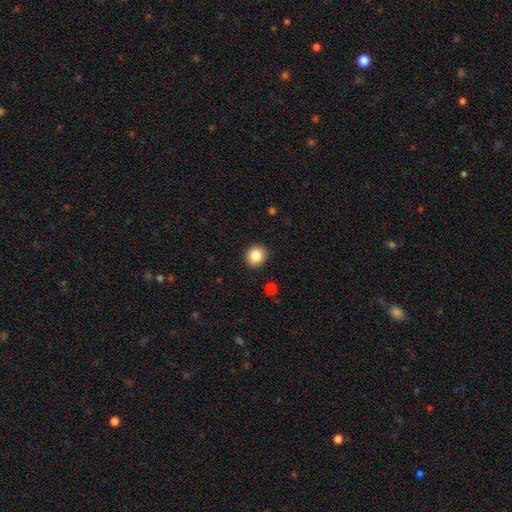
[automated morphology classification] smooth_or_featured: smooth (p=0.85) [alt: star or artifact p=0.09]
how_rounded: round (p=0.86) [alt: in between p=0.14]
merging: none (p=0.92) [alt: minor disturbance p=0.05]